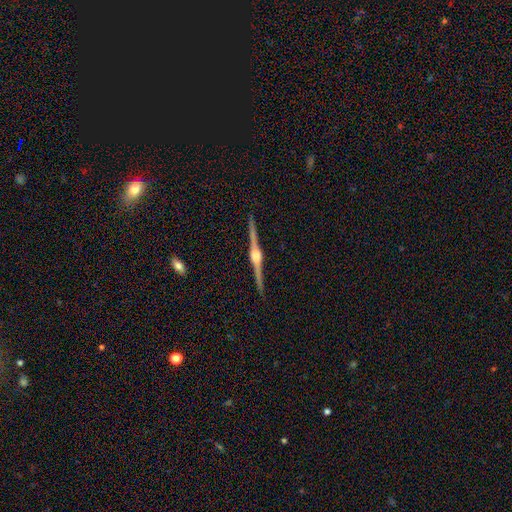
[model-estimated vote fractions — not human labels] Smooth or featured: featured or disk — 90% (star or artifact — 5%)
Edge-on disk: yes — 99% (no — 1%)
Edge-on bulge: rounded — 89% (boxy — 9%)
Merging: none — 92% (minor disturbance — 5%)